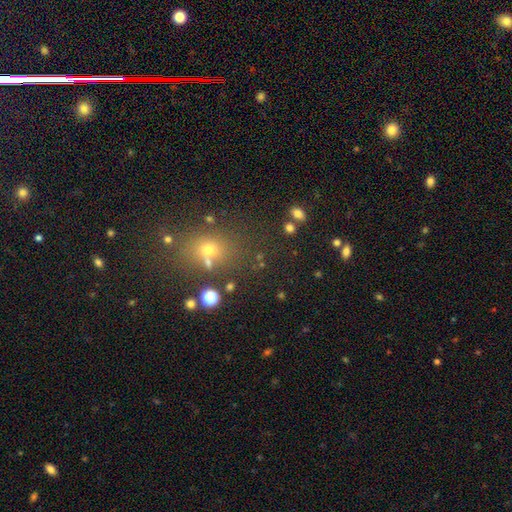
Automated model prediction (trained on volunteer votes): A smooth galaxy with no disk features (47%).

Vote fractions:
- Smooth or featured? smooth: 47% / star or artifact: 42% / featured or disk: 11%
- Merging? none: 76% / minor disturbance: 11% / merger: 8% / major disturbance: 5%